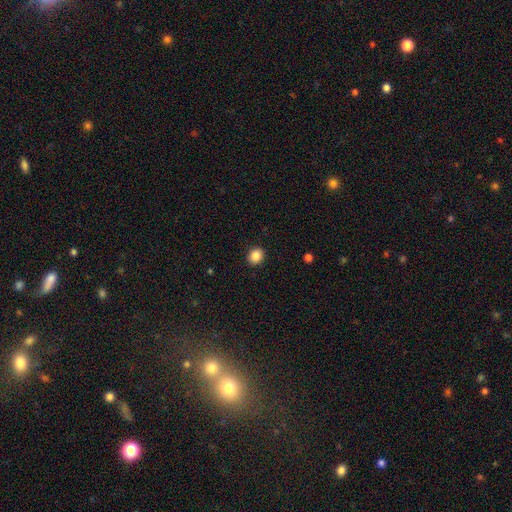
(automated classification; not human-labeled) Smooth or featured?
  - smooth: 87% *
  - star or artifact: 10%
  - featured or disk: 4%
How rounded?
  - round: 77% *
  - in between: 22%
  - cigar-shaped: 1%
Merging?
  - none: 92% *
  - minor disturbance: 5%
  - major disturbance: 2%
  - merger: 1%